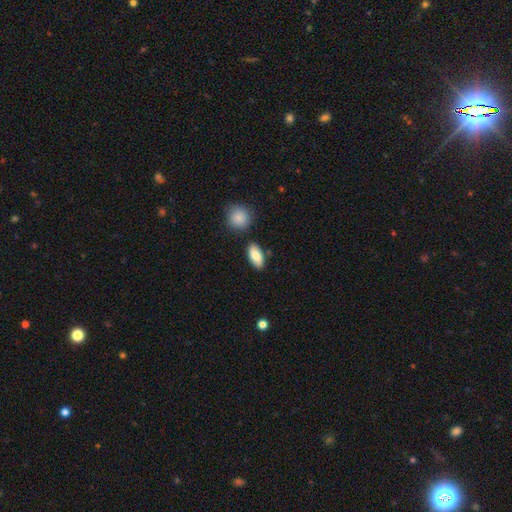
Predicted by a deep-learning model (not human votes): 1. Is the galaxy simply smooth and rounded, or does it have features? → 85% smooth, 9% featured or disk, 6% star or artifact.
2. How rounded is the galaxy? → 89% in between, 8% cigar-shaped, 3% round.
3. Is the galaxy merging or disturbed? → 83% none, 10% minor disturbance, 5% merger, 2% major disturbance.